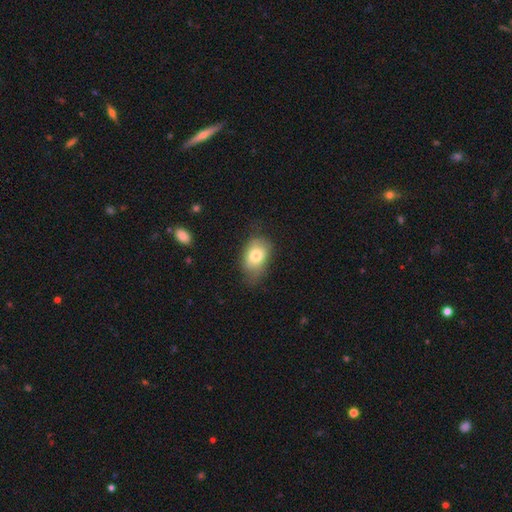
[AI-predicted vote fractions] Smooth or featured? smooth (78%)
How rounded? in between (83%)
Merging? none (52%)